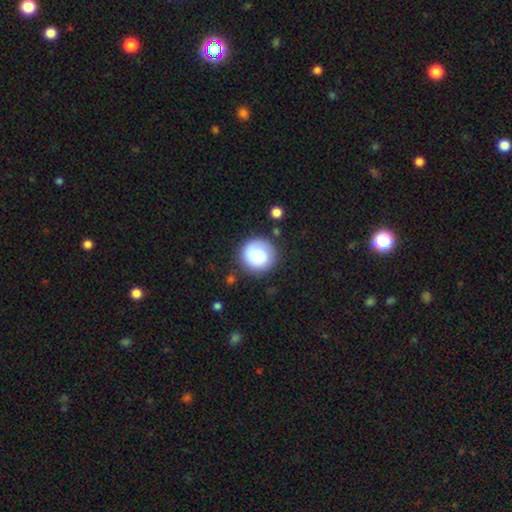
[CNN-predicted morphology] smooth-or-featured: smooth: 81% | featured or disk: 12% | star or artifact: 7%
  how-rounded: round: 93% | in between: 6% | cigar-shaped: 1%
  merging: none: 82% | minor disturbance: 11% | major disturbance: 4% | merger: 3%